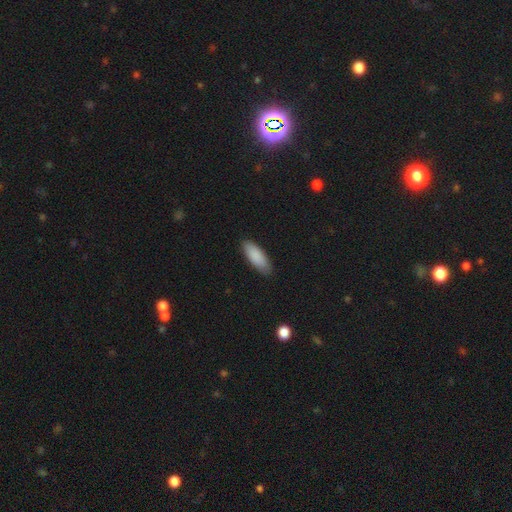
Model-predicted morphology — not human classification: The model was most divided on "how rounded": in between: 68%, cigar-shaped: 31%, round: 2%. More confident: smooth or featured — smooth (89%); merging — none (87%).